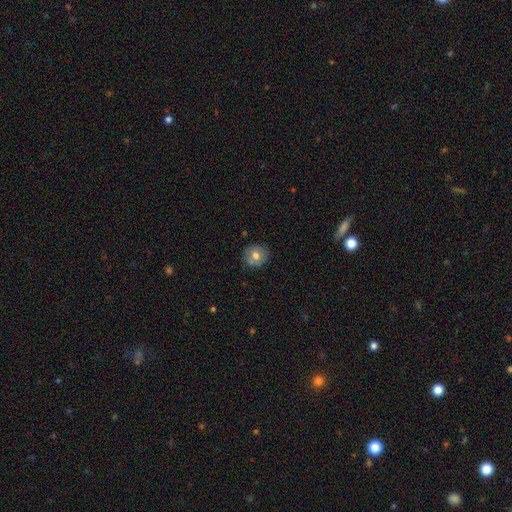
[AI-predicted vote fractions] Morphology: type=smooth (68%); roundness=round (84%); merging=none (82%).